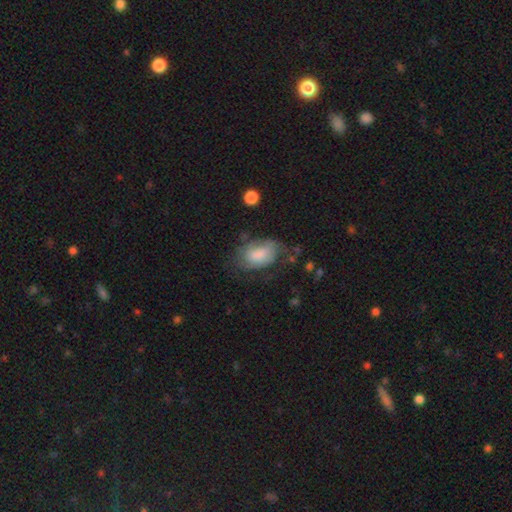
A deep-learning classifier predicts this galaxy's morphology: type=smooth (59%); roundness=in between (90%); merging=none (53%).